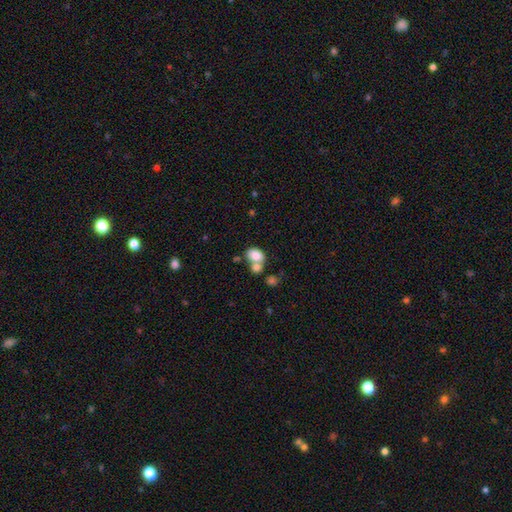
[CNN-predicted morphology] type=smooth (81%); roundness=in between (73%); merging=merger (50%).